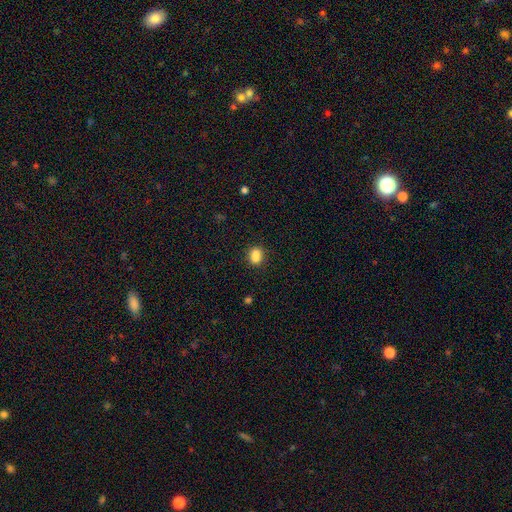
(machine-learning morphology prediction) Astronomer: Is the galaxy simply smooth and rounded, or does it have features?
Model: smooth — 79%.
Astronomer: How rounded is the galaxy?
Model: round — 49%, tied with in between at 49%.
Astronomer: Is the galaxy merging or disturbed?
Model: none — 55%.